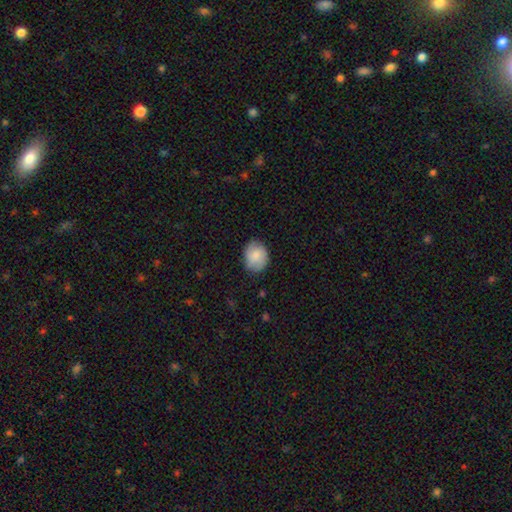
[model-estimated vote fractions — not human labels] Q: Smooth or featured?
A: smooth (80%); runner-up: featured or disk (13%)
Q: How rounded?
A: round (53%); runner-up: in between (46%)
Q: Merging?
A: none (79%); runner-up: minor disturbance (16%)